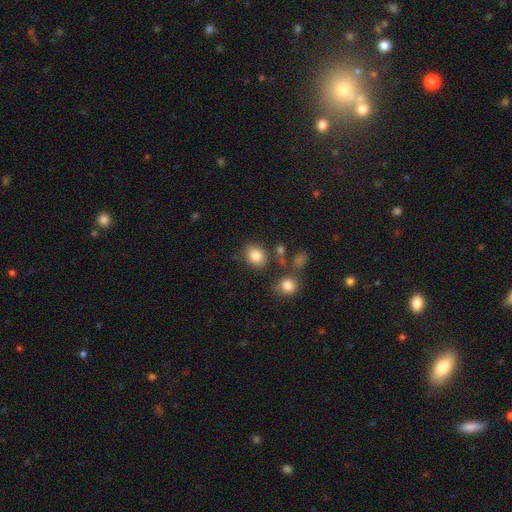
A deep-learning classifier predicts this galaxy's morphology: type=smooth (83%); roundness=round (51%); merging=none (77%).